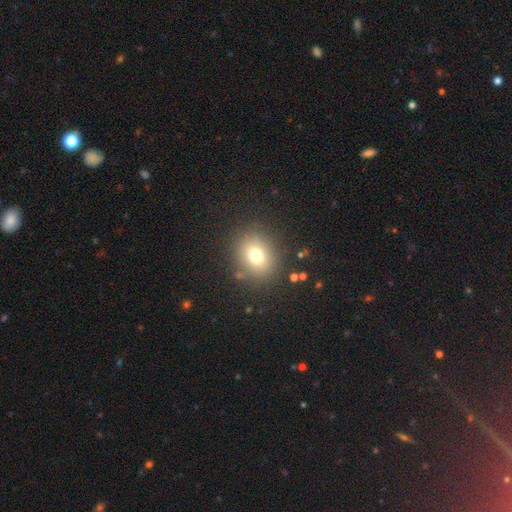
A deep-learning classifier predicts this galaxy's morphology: A smooth galaxy with no disk features (73%) that is round (67%).

Vote fractions:
- Smooth or featured? smooth: 73% / star or artifact: 16% / featured or disk: 11%
- How rounded? round: 67% / in between: 32% / cigar-shaped: 1%
- Merging? none: 84% / minor disturbance: 9% / major disturbance: 4% / merger: 2%